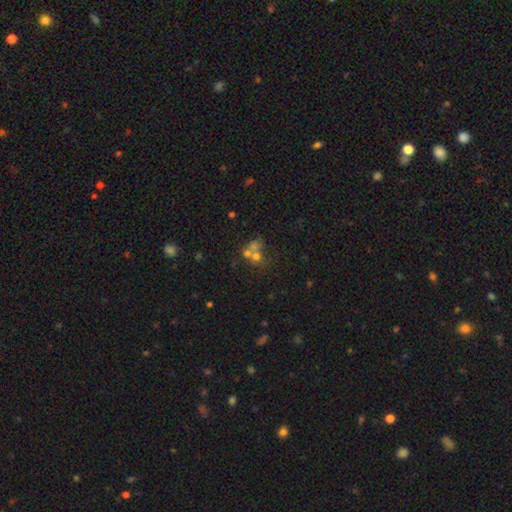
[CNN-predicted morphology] Q: Smooth or featured?
A: smooth (47%); runner-up: featured or disk (27%)
Q: Merging?
A: merger (52%); runner-up: none (34%)